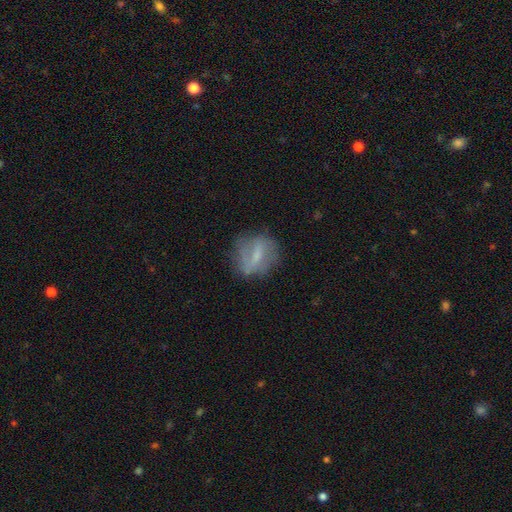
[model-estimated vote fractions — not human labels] Smooth or featured? featured or disk (53%)
Edge-on disk? no (92%)
Merging? none (64%)